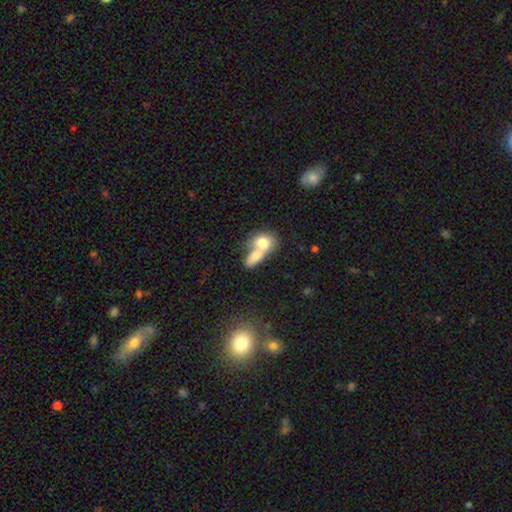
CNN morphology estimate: type=smooth (75%); roundness=in between (63%); merging=merger (73%).